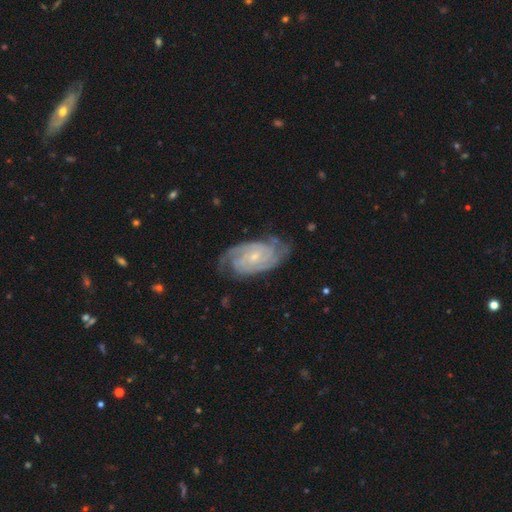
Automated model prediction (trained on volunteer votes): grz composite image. It shows a featured or disk galaxy (88%) with no bar (61%), 2 (42%) tight (70%) spiral arms (98%) and a small central bulge (73%). Merging: none (75%).